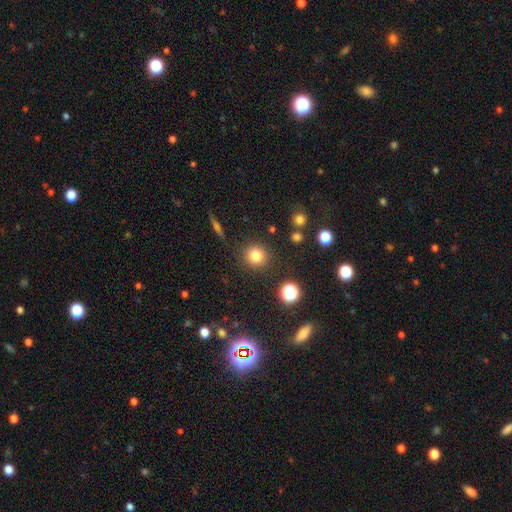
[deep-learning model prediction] A smooth galaxy with no disk features (80%) that is round (91%).

Vote fractions:
- Smooth or featured? smooth: 80% / star or artifact: 14% / featured or disk: 6%
- How rounded? round: 91% / in between: 8% / cigar-shaped: 1%
- Merging? none: 88% / minor disturbance: 7% / major disturbance: 3% / merger: 2%